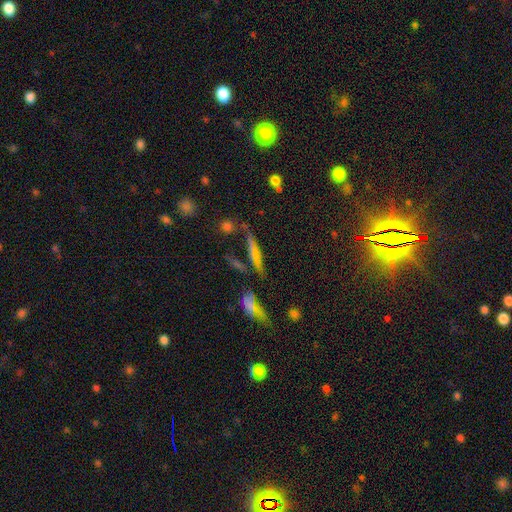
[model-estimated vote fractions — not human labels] A smooth galaxy with no disk features (44%). Merging: none (62%).